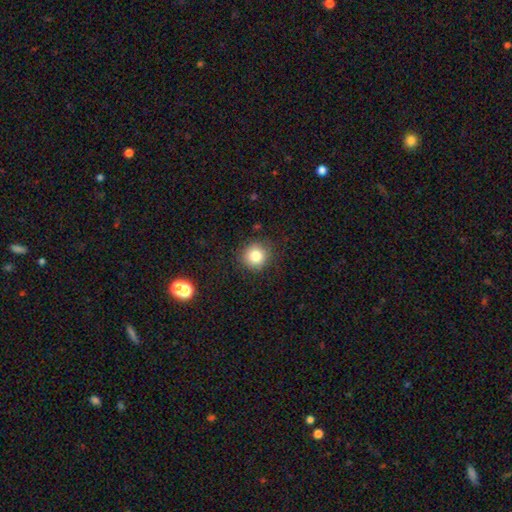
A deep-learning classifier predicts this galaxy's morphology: This is clearly a smooth galaxy (81%). How rounded: clearly round (92%). Merging: clearly none (88%).